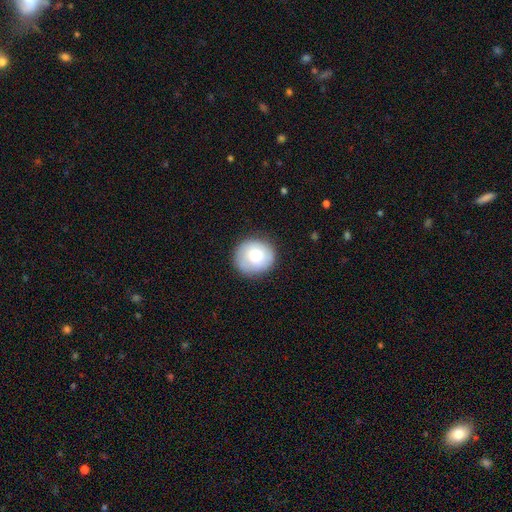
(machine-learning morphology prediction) Q: Smooth or featured?
A: smooth (73%); runner-up: featured or disk (20%)
Q: How rounded?
A: round (88%); runner-up: in between (11%)
Q: Merging?
A: none (85%); runner-up: minor disturbance (11%)